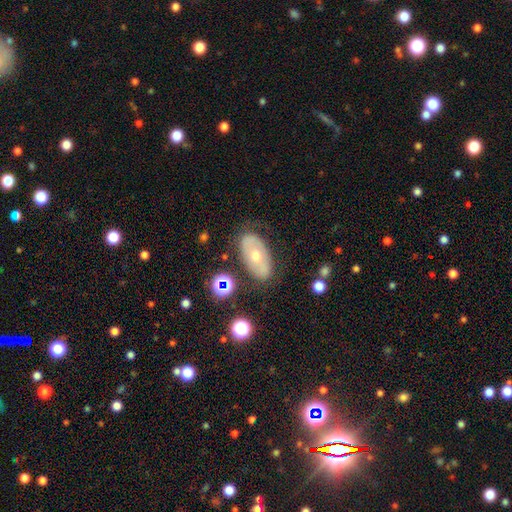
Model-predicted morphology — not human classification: Smooth or featured? Predicted: featured or disk (p=0.51). Edge-on disk? Predicted: no (p=0.87). Merging? Predicted: none (p=0.73).